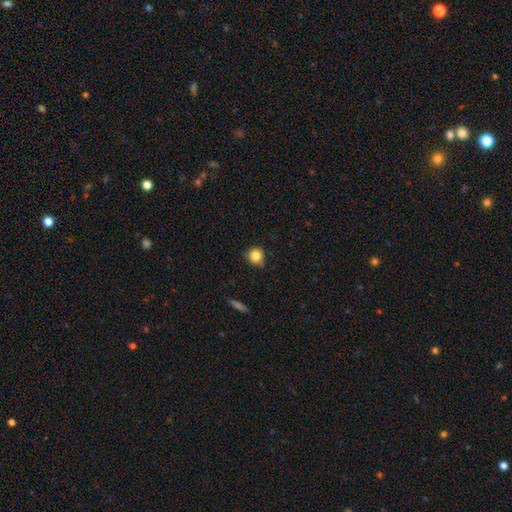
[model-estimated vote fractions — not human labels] Overall: smooth (82%). How rounded: round (89%). Merging: none (71%).